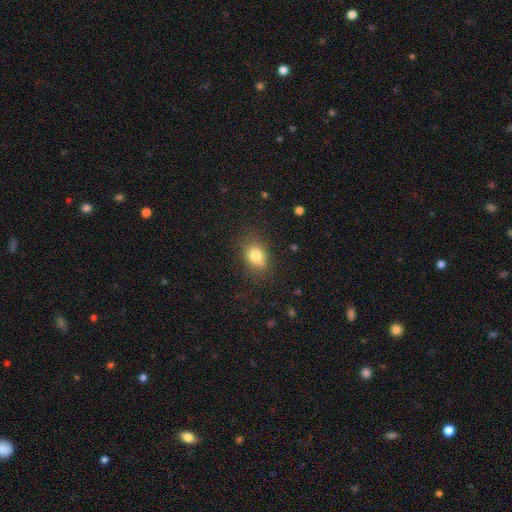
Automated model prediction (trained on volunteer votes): Smooth or featured? smooth (79%)
How rounded? in between (59%)
Merging? none (70%)